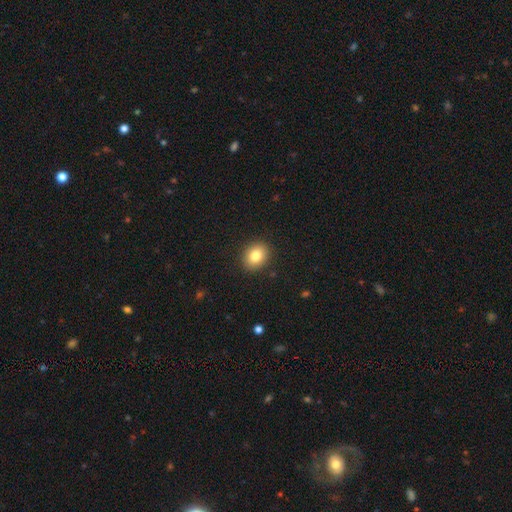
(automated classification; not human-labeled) Morphology: type=smooth (82%); roundness=round (55%); merging=none (90%).